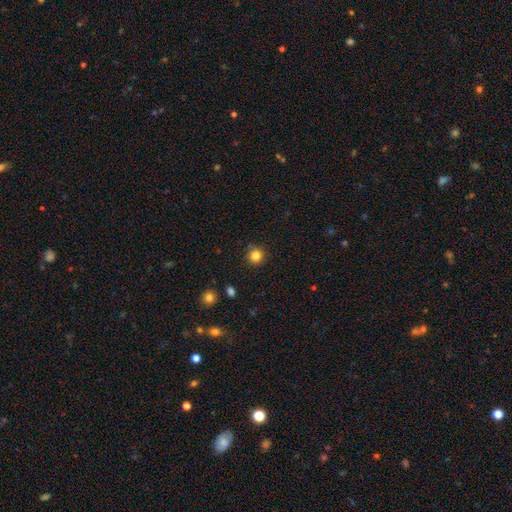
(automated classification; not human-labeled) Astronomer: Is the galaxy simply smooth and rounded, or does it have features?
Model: smooth — 83%.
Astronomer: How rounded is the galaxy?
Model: round — 94%.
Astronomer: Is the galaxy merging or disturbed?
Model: none — 88%.